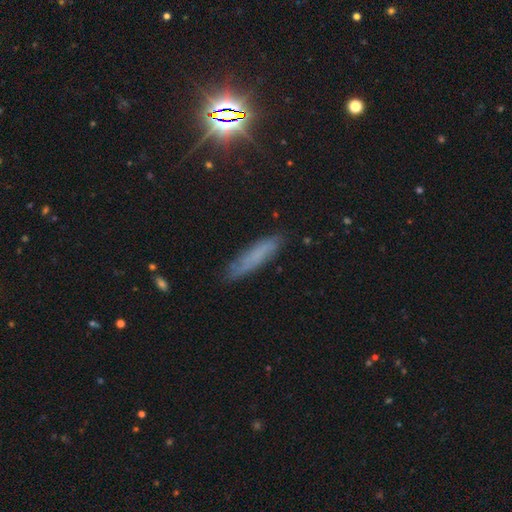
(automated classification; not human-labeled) Smooth or featured: smooth — 59% (featured or disk — 27%)
How rounded: cigar-shaped — 82% (in between — 16%)
Merging: none — 79% (minor disturbance — 16%)